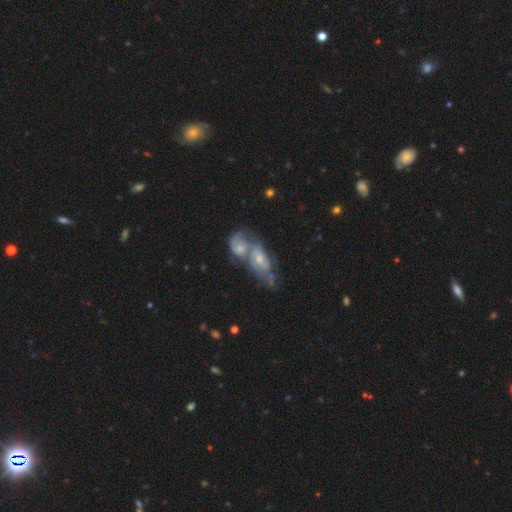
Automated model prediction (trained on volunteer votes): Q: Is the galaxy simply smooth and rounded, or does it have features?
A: featured or disk — 60%.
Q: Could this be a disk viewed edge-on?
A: no — 85%.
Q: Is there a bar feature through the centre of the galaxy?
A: no — 69%.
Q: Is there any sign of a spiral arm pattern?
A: yes — 63%.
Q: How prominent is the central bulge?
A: small — 50%.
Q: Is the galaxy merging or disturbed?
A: merger — 61%.